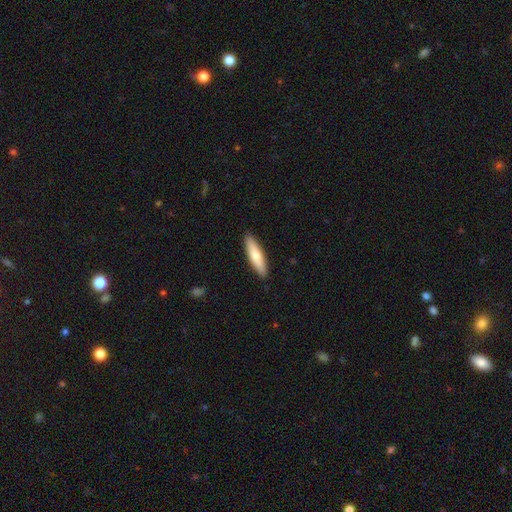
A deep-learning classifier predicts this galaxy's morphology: smooth 70%, featured or disk 25%, star or artifact 5%. Down the decision tree: how rounded — cigar-shaped (71%); merging — none (91%).